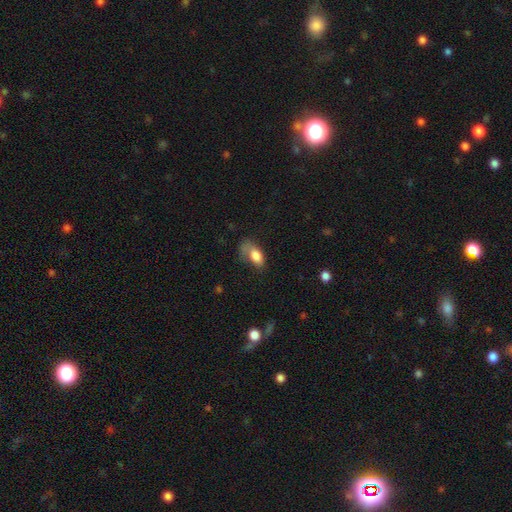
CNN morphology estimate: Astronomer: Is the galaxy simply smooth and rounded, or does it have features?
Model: smooth — 77%.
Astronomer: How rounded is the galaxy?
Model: in between — 90%.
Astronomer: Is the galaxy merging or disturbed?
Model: none — 33%, tied with major disturbance at 33%.